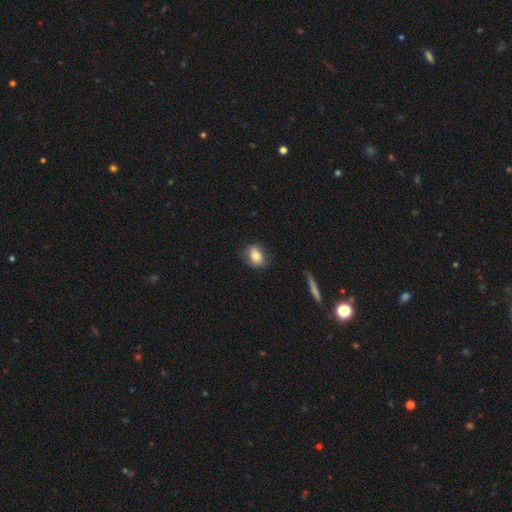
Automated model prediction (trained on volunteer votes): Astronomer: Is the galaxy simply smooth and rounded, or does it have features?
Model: smooth — 75%.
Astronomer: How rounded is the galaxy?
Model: in between — 67%.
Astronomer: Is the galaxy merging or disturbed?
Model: none — 73%.